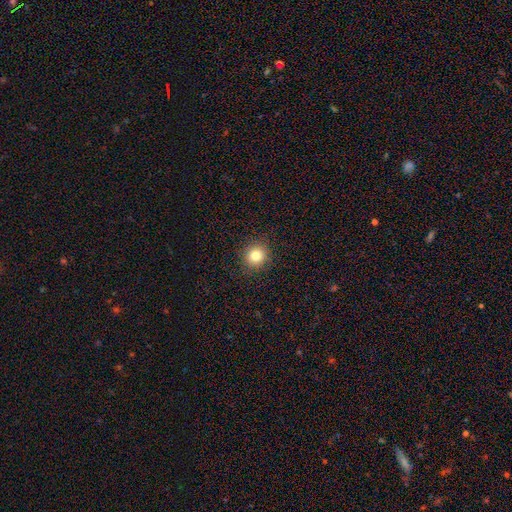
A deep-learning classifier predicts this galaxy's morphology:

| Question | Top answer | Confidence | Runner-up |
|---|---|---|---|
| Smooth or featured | smooth | 81% | star or artifact (12%) |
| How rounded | round | 88% | in between (11%) |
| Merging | none | 91% | minor disturbance (6%) |